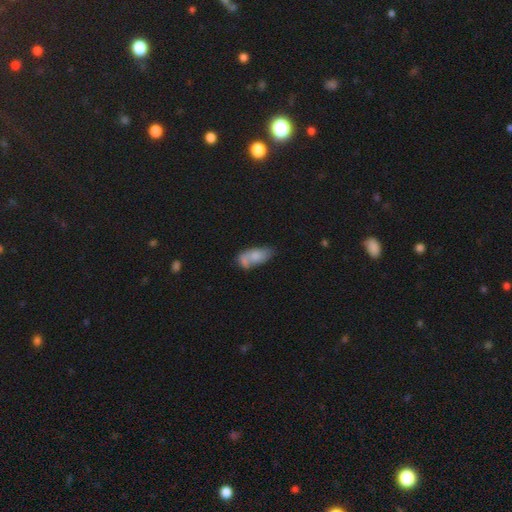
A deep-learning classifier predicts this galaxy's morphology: Smooth or featured? Predicted: smooth (p=0.70). How rounded? Predicted: in between (p=0.86). Merging? Predicted: none (p=0.39).